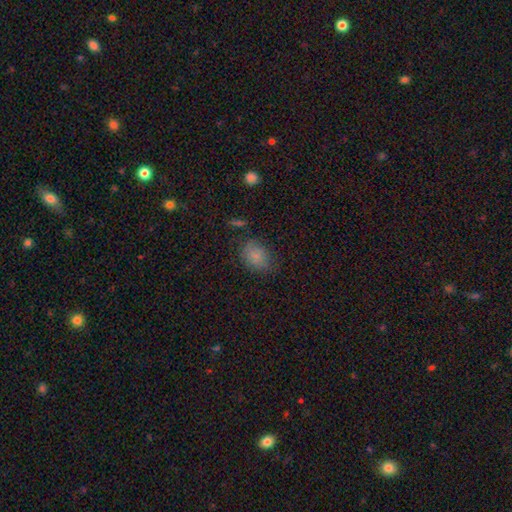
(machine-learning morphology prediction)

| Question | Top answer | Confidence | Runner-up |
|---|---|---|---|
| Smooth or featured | smooth | 79% | star or artifact (12%) |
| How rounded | in between | 70% | round (28%) |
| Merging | none | 69% | minor disturbance (22%) |